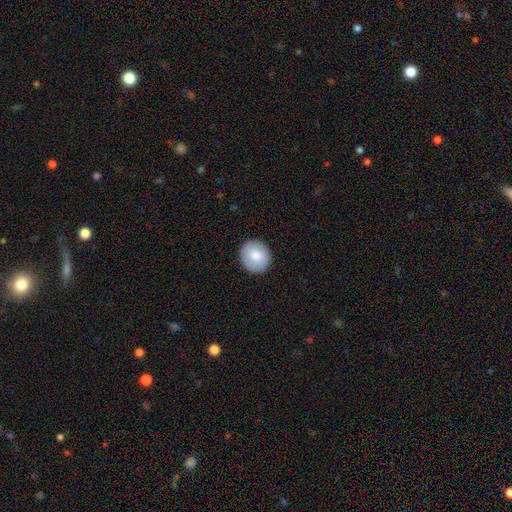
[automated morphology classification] Overall: smooth (79%). How rounded: round (84%). Merging: none (90%).